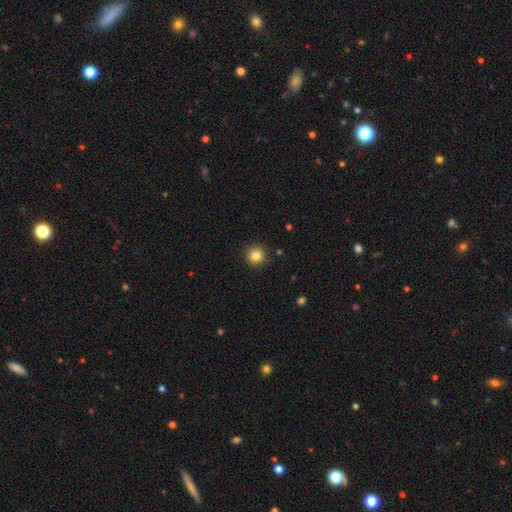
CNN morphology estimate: smooth 85%, star or artifact 11%, featured or disk 5%. Down the decision tree: how rounded — round (94%); merging — none (91%).